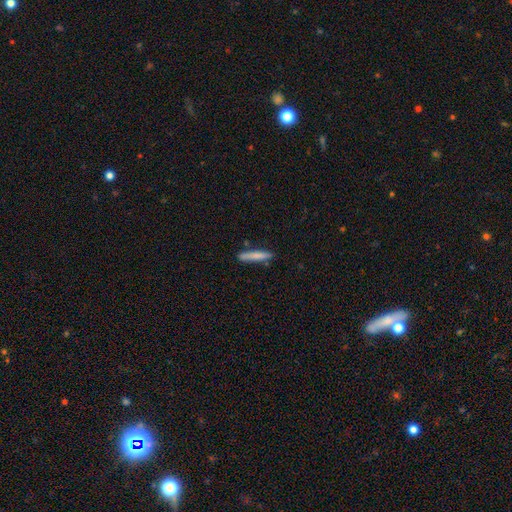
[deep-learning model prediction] smooth 77%, featured or disk 17%, star or artifact 6%. Down the decision tree: how rounded — cigar-shaped (91%); merging — none (82%).